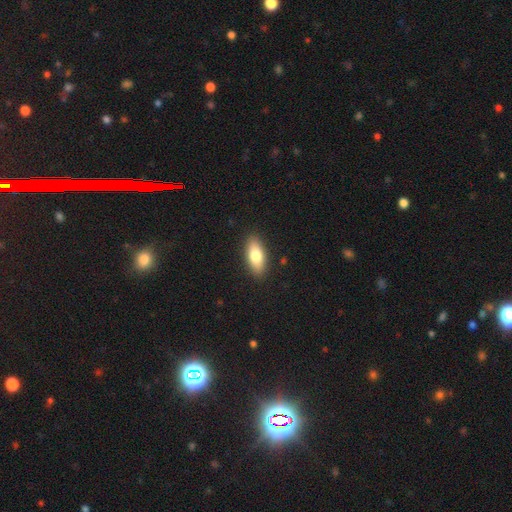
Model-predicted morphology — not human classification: A smooth galaxy with no disk features (77%) that is in between round and cigar-shaped (81%). Merging: none (89%).